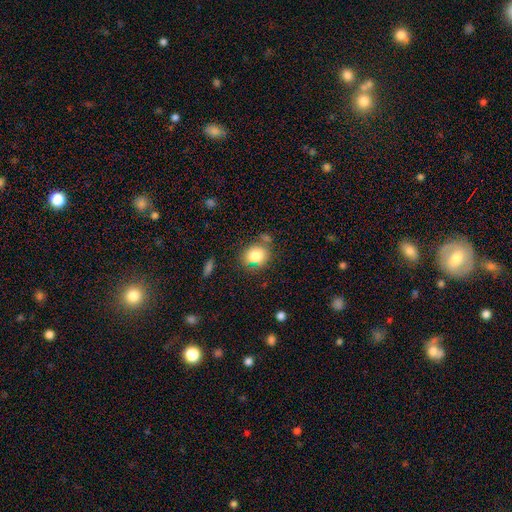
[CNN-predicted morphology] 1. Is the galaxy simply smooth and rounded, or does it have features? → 79% smooth, 11% featured or disk, 10% star or artifact.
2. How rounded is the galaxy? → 64% round, 35% in between, 1% cigar-shaped.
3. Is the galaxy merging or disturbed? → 67% none, 17% minor disturbance, 11% merger, 5% major disturbance.